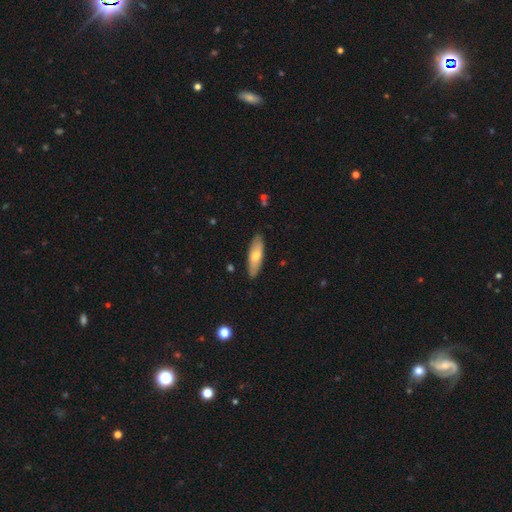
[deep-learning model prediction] A smooth galaxy with no disk features (65%) that is in between round and cigar-shaped (52%). Merging: none (87%).